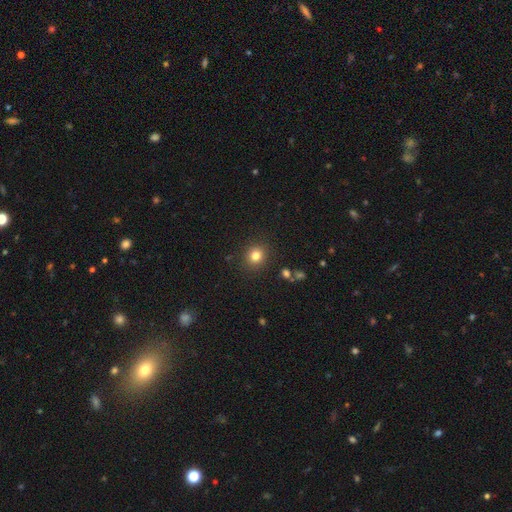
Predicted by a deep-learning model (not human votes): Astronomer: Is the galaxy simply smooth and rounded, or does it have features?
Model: smooth — 80%.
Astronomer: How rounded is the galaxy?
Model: round — 85%.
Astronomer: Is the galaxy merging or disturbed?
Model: none — 89%.